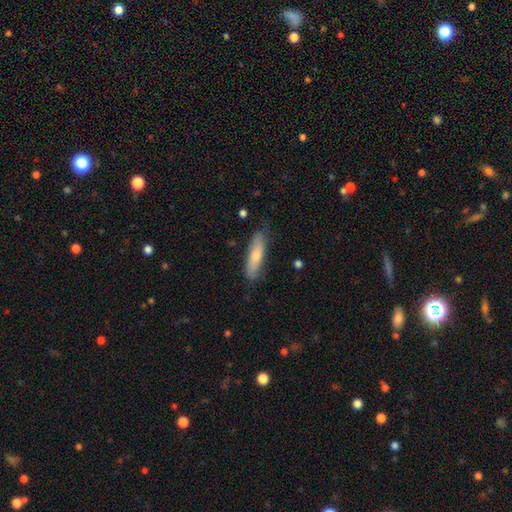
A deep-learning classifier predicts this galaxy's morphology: Smooth or featured? Predicted: smooth (p=0.64). How rounded? Predicted: cigar-shaped (p=0.68). Merging? Predicted: none (p=0.77).